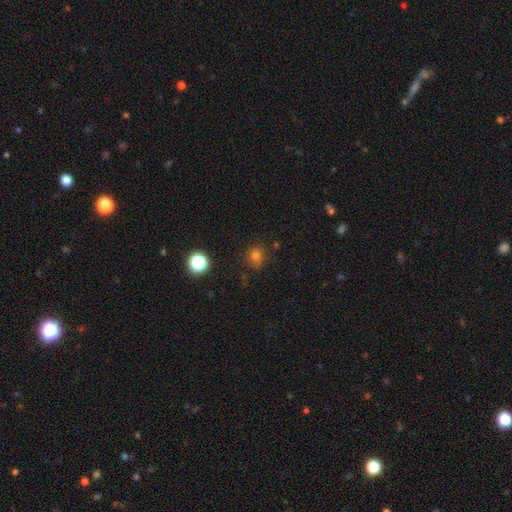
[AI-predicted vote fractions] smooth-or-featured: smooth: 75% | star or artifact: 19% | featured or disk: 6%
  how-rounded: round: 84% | in between: 15% | cigar-shaped: 1%
  merging: none: 78% | minor disturbance: 15% | major disturbance: 4% | merger: 3%